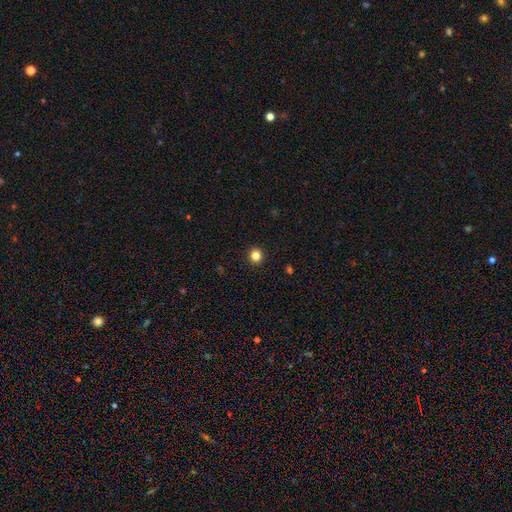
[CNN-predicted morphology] smooth-or-featured: smooth: 84% | star or artifact: 12% | featured or disk: 4%
  how-rounded: round: 87% | in between: 12% | cigar-shaped: 1%
  merging: none: 93% | minor disturbance: 5% | major disturbance: 2% | merger: 1%